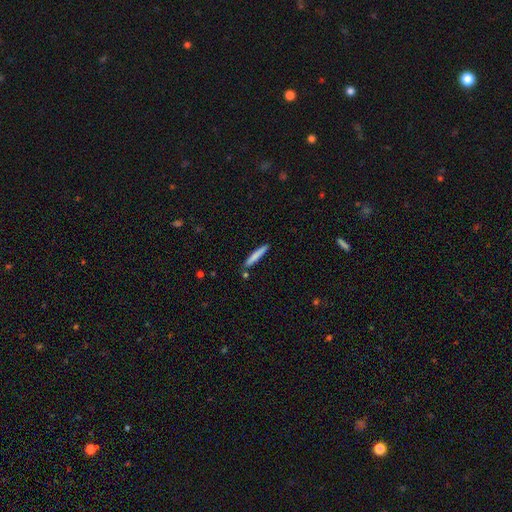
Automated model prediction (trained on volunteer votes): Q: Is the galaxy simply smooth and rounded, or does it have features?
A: smooth — 76%.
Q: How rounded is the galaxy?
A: cigar-shaped — 94%.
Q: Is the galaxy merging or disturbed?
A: none — 85%.